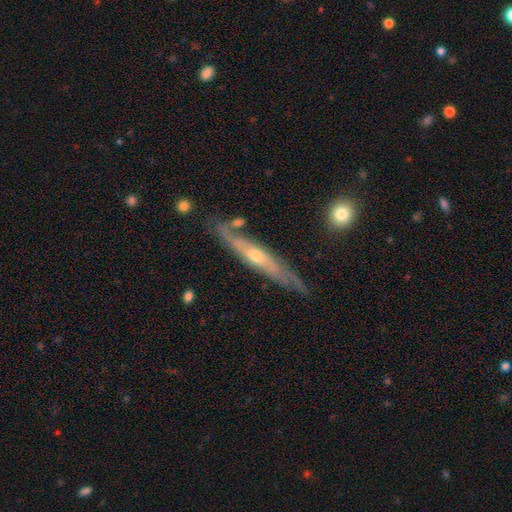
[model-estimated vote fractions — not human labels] Smooth or featured? Predicted: featured or disk (p=0.76). Edge-on disk? Predicted: yes (p=0.75). Edge-on bulge? Predicted: rounded (p=0.73). Merging? Predicted: none (p=0.77).